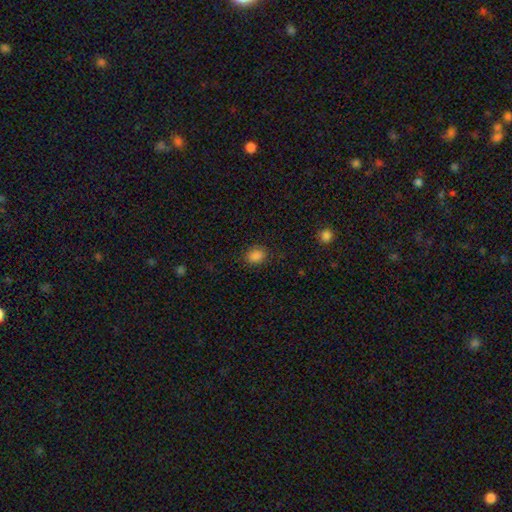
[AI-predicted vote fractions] Q: Smooth or featured?
A: smooth (85%); runner-up: star or artifact (11%)
Q: How rounded?
A: in between (57%); runner-up: round (42%)
Q: Merging?
A: none (85%); runner-up: minor disturbance (11%)